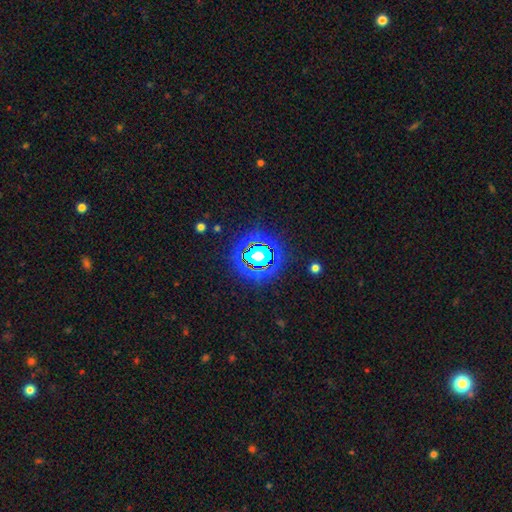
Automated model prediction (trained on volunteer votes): Overall: star or artifact (66%).